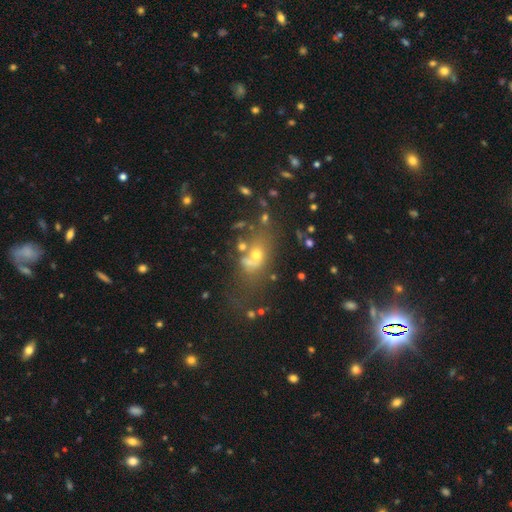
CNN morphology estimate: A smooth galaxy with no disk features (51%) that is in between round and cigar-shaped (59%). Merging: none (35%).